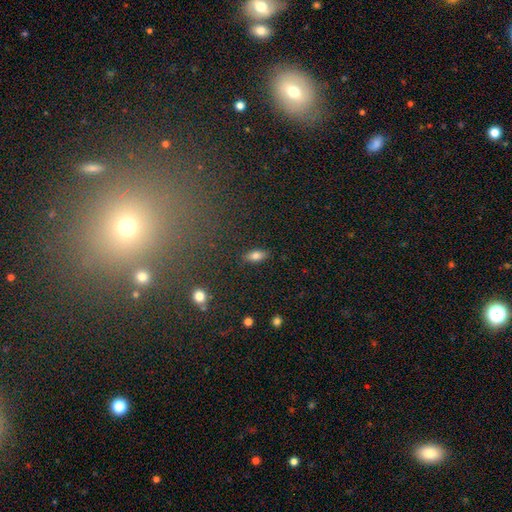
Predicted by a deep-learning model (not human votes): Smooth or featured? smooth (79%)
How rounded? in between (84%)
Merging? none (88%)